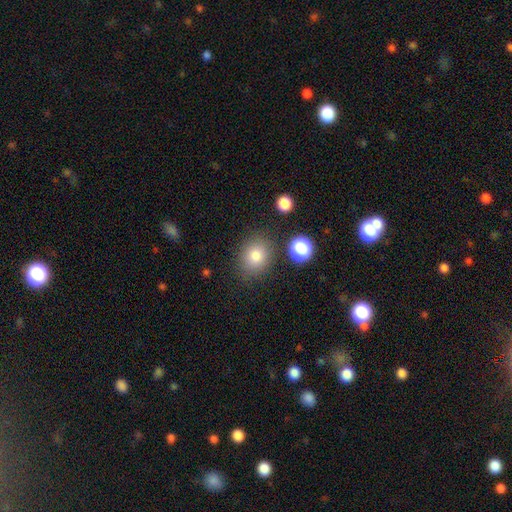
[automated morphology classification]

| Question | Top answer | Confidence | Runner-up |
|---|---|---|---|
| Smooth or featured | smooth | 81% | star or artifact (11%) |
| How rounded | round | 59% | in between (40%) |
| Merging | none | 80% | minor disturbance (12%) |